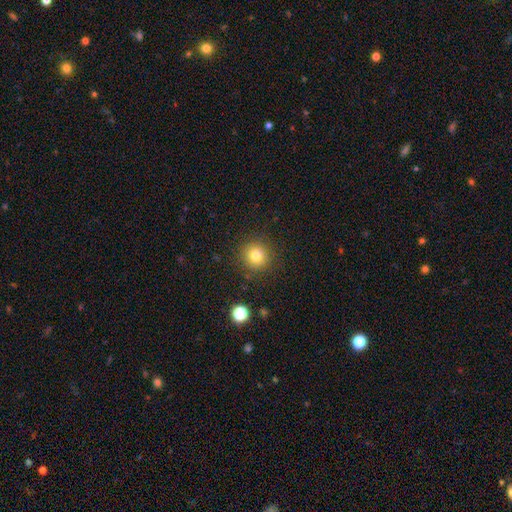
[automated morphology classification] Overall: smooth (79%). How rounded: round (93%). Merging: none (88%).